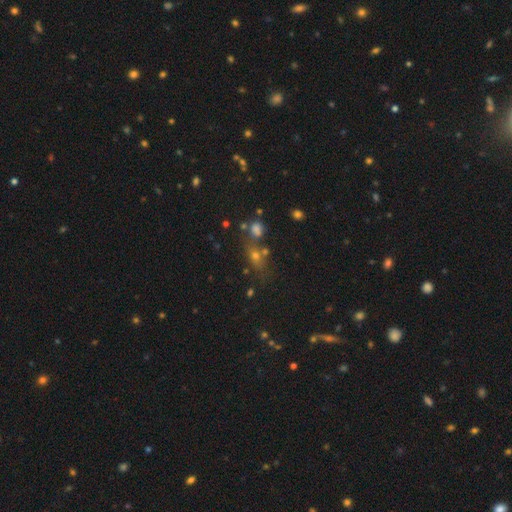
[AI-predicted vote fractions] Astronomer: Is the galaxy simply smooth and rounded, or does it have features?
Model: smooth — 55%.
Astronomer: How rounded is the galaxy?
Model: in between — 54% (runner-up: round, 34%).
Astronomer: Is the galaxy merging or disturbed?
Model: none — 57%.